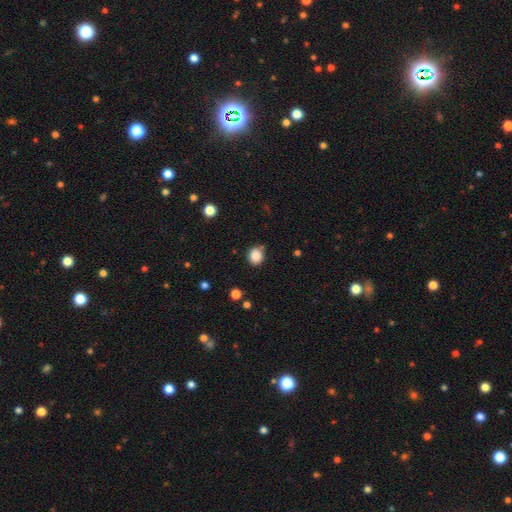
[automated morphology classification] This is clearly a smooth galaxy (86%). How rounded: likely round (70%). Merging: likely none (78%).